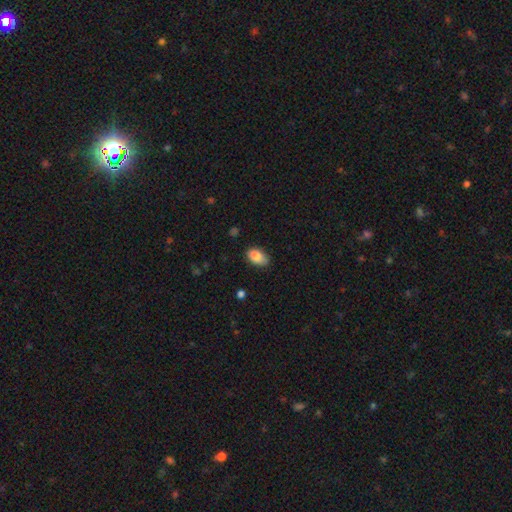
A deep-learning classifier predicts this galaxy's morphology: A smooth galaxy with no disk features (87%) that is in between round and cigar-shaped (91%). Merging: none (71%).